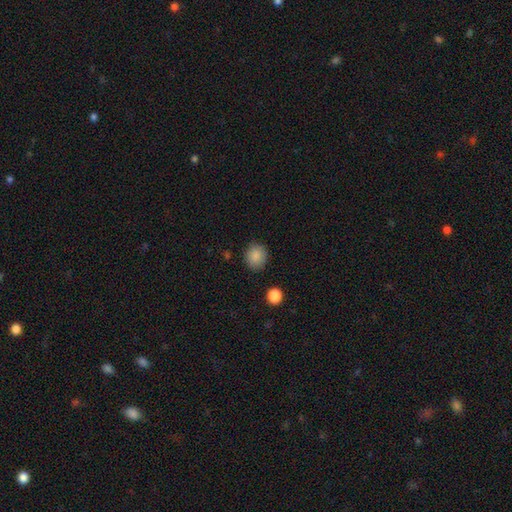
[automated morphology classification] The model was most divided on "how rounded": round: 80%, in between: 19%, cigar-shaped: 1%. More confident: smooth or featured — smooth (87%); merging — none (87%).